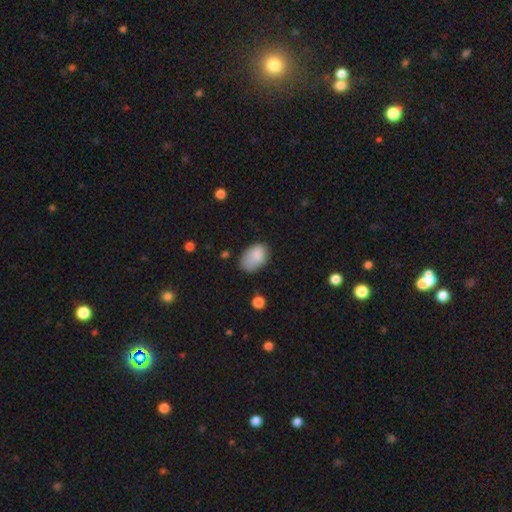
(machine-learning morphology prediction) smooth 83%, featured or disk 9%, star or artifact 8%. Down the decision tree: how rounded — in between (86%); merging — none (54%).